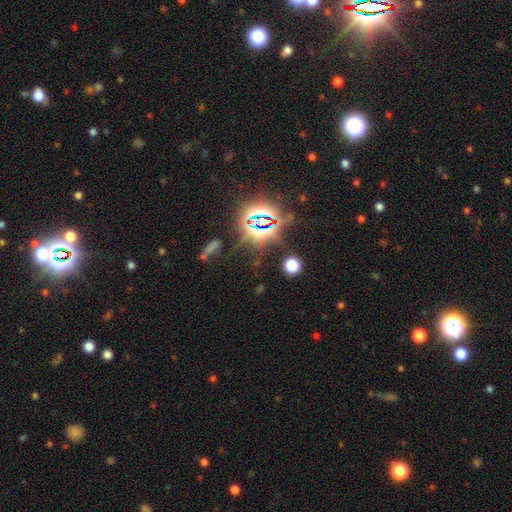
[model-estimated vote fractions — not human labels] smooth-or-featured: star or artifact: 82% | smooth: 11% | featured or disk: 7%